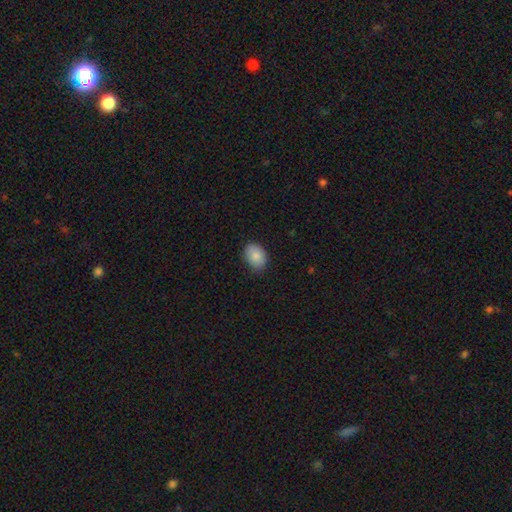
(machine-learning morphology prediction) smooth_or_featured: smooth (p=0.87) [alt: star or artifact p=0.08]
how_rounded: in between (p=0.75) [alt: round p=0.24]
merging: none (p=0.82) [alt: minor disturbance p=0.15]